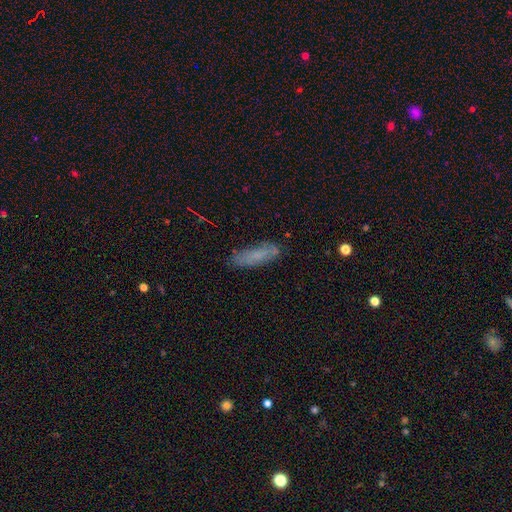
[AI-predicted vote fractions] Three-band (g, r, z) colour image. It shows a smooth galaxy with no disk features (72%) that is cigar-shaped (62%). Merging: none (75%).